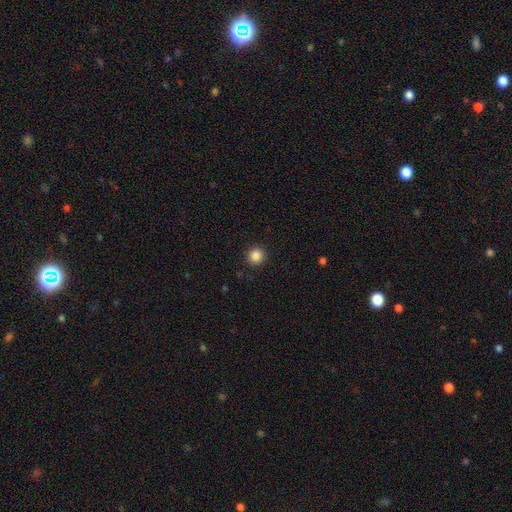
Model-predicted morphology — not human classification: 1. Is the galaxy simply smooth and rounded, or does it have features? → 86% smooth, 11% star or artifact, 4% featured or disk.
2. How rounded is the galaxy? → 93% round, 6% in between, 1% cigar-shaped.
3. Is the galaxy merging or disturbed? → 92% none, 5% minor disturbance, 2% major disturbance, 1% merger.